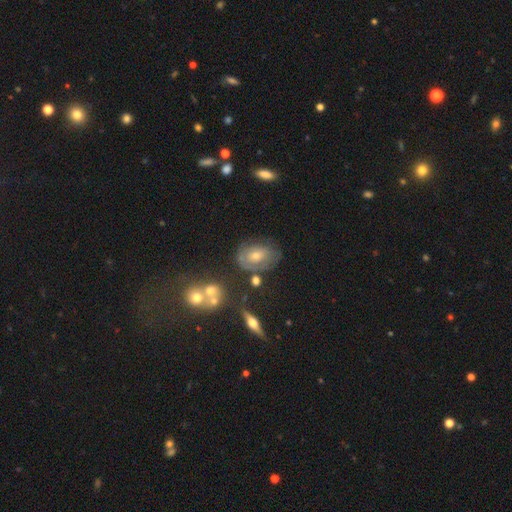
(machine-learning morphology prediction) Overall: featured or disk (57%; smooth 31%). Edge-on disk: no (89%). Bar: no (74%). Spiral arms: yes (62%; no 38%). Bulge size: moderate (51%; small 42%). Merging: none (61%; minor disturbance 23%).